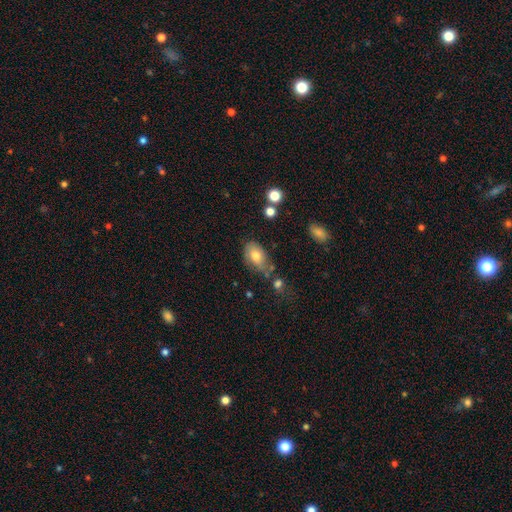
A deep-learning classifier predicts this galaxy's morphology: smooth-or-featured: smooth: 73% | featured or disk: 19% | star or artifact: 8%
  how-rounded: in between: 90% | round: 8% | cigar-shaped: 2%
  merging: none: 53% | minor disturbance: 29% | major disturbance: 9% | merger: 9%